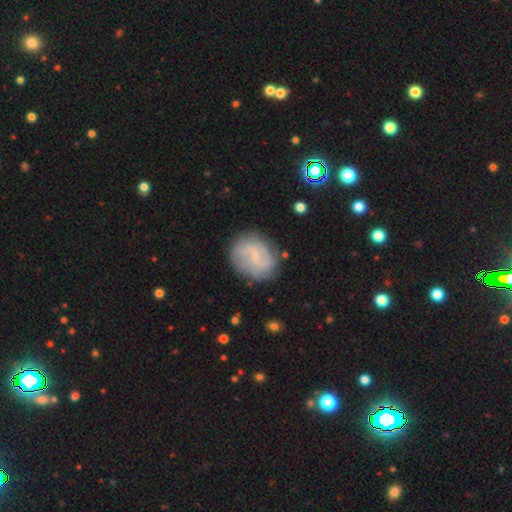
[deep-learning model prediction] The model was most divided on "bar": weak: 46%, no: 44%, strong: 10%. Remaining: edge-on disk — no (97%); spiral arms — yes (87%); bulge size — small (79%); merging — none (78%); smooth or featured — featured or disk (68%); spiral arm count — 2 (63%); spiral winding — medium (42%).